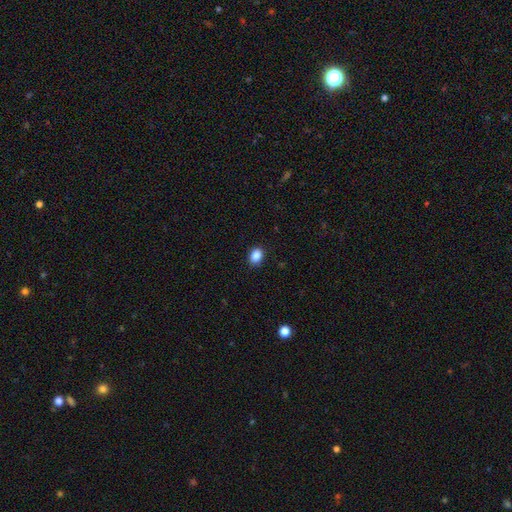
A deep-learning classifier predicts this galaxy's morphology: smooth 87%, star or artifact 9%, featured or disk 4%. Down the decision tree: how rounded — in between (64%); merging — none (89%).